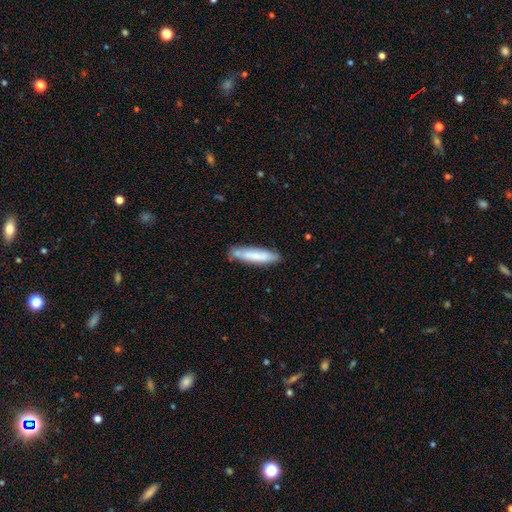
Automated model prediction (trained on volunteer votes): The model was most divided on "smooth or featured": smooth: 75%, featured or disk: 19%, star or artifact: 6%. More confident: how rounded — cigar-shaped (82%); merging — none (73%).